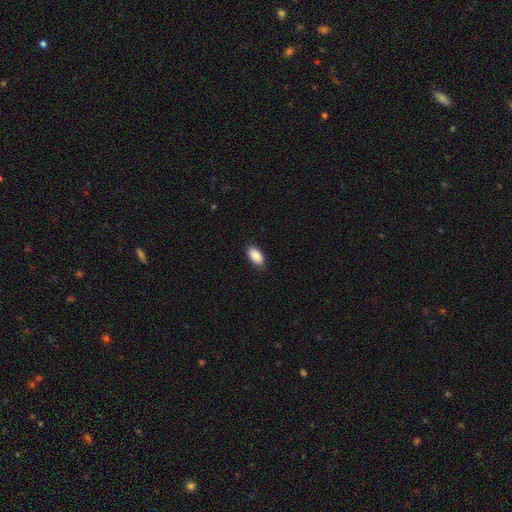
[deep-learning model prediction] smooth_or_featured: smooth (p=0.90) [alt: star or artifact p=0.06]
how_rounded: in between (p=0.94) [alt: round p=0.03]
merging: none (p=0.86) [alt: minor disturbance p=0.10]